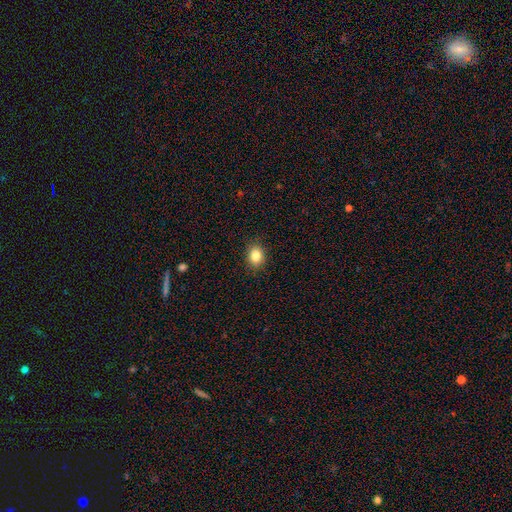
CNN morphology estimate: The model was most divided on "how rounded": round: 50%, in between: 49%, cigar-shaped: 1%. More confident: merging — none (89%); smooth or featured — smooth (84%).